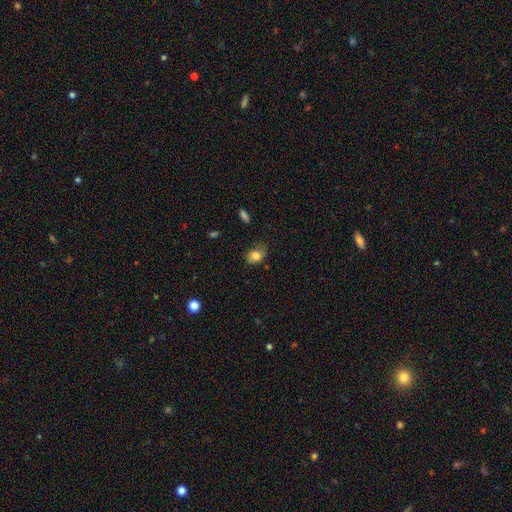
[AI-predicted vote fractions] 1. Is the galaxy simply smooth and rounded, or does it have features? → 80% smooth, 11% featured or disk, 9% star or artifact.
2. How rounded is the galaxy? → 67% in between, 31% round, 1% cigar-shaped.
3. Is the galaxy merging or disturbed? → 60% none, 29% minor disturbance, 8% major disturbance, 2% merger.